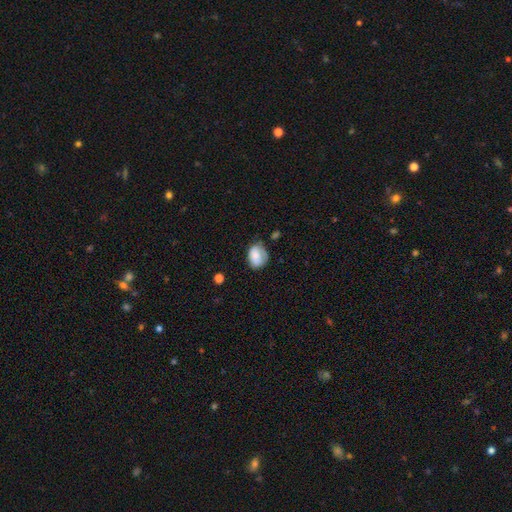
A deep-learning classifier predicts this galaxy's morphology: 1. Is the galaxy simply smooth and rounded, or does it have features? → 70% smooth, 22% featured or disk, 8% star or artifact.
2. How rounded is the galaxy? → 67% in between, 32% round, 1% cigar-shaped.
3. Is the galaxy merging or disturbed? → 49% none, 34% minor disturbance, 14% major disturbance, 3% merger.